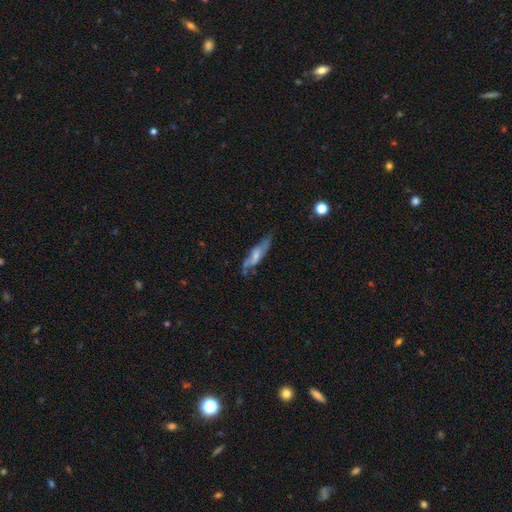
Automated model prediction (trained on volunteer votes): Overall: featured or disk (51%; smooth 42%). Edge-on disk: no (52%; yes 48%). Merging: none (55%; minor disturbance 28%).